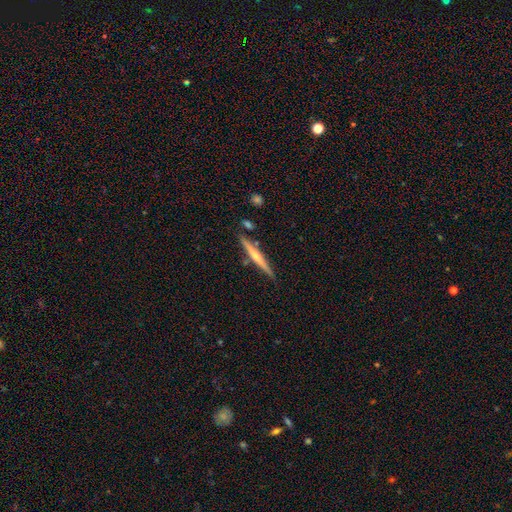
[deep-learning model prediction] Morphology: type=featured or disk (55%); edge-on=yes (97%); edge-on bulge=rounded (50%); merging=none (83%).